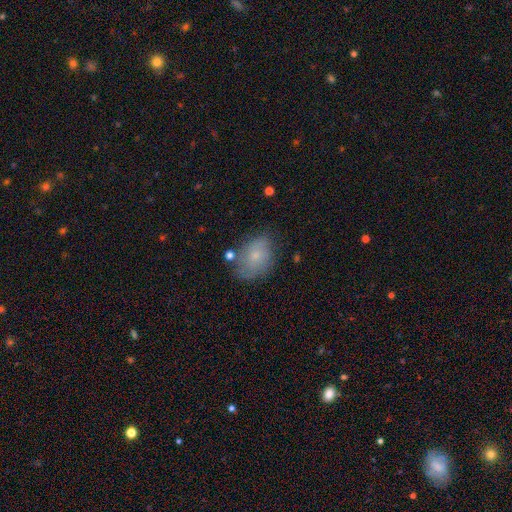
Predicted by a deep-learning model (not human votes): Smooth or featured?
  - smooth: 69% *
  - featured or disk: 22%
  - star or artifact: 9%
How rounded?
  - in between: 74% *
  - round: 25%
  - cigar-shaped: 1%
Merging?
  - none: 62% *
  - minor disturbance: 25%
  - major disturbance: 8%
  - merger: 5%